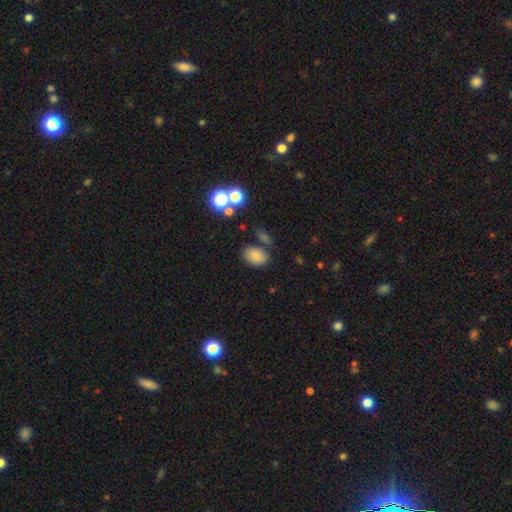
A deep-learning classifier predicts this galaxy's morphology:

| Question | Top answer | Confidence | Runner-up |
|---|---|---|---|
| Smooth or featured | smooth | 79% | star or artifact (13%) |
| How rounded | in between | 81% | round (18%) |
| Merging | none | 67% | minor disturbance (15%) |